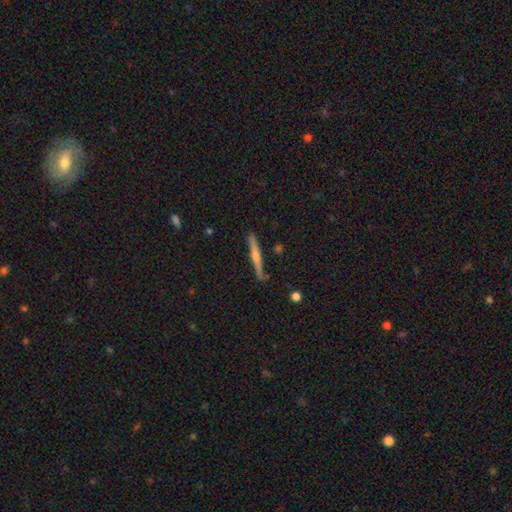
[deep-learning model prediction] Q: Smooth or featured?
A: featured or disk (55%); runner-up: smooth (38%)
Q: Edge-on disk?
A: yes (96%); runner-up: no (4%)
Q: Edge-on bulge?
A: rounded (54%); runner-up: none (33%)
Q: Merging?
A: none (84%); runner-up: minor disturbance (12%)